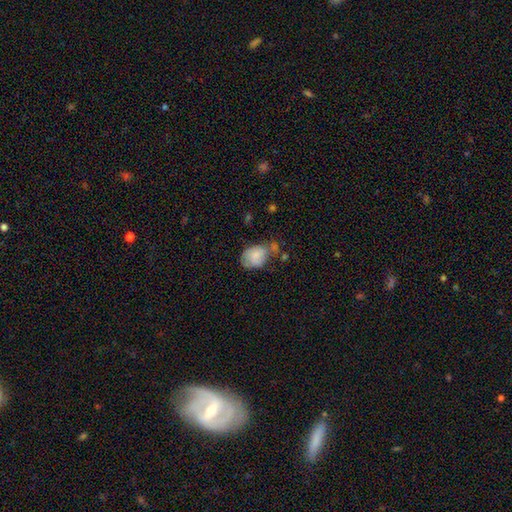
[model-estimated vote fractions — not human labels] A smooth galaxy with no disk features (69%) that is in between round and cigar-shaped (66%).

Vote fractions:
- Smooth or featured? smooth: 69% / featured or disk: 22% / star or artifact: 8%
- How rounded? in between: 66% / round: 33% / cigar-shaped: 1%
- Merging? none: 35% / minor disturbance: 34% / major disturbance: 18% / merger: 13%